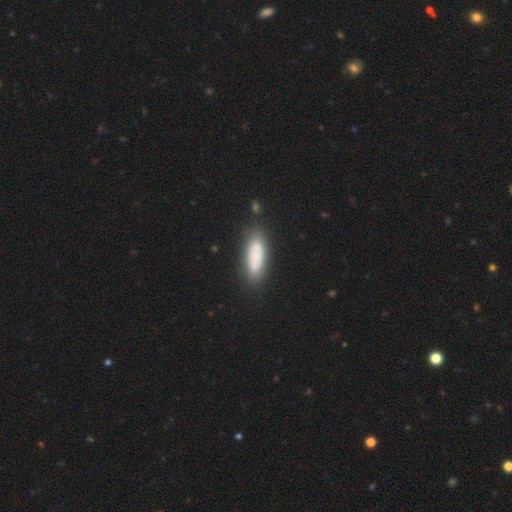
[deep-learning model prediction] Morphology: type=smooth (81%); roundness=in between (58%); merging=none (79%).